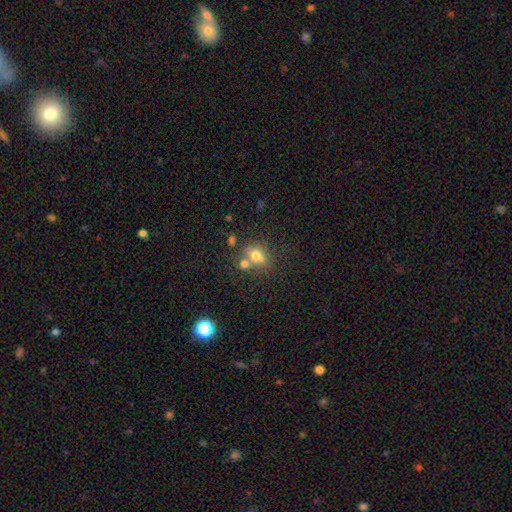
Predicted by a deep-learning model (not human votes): smooth-or-featured: smooth: 66% | featured or disk: 18% | star or artifact: 16%
  how-rounded: round: 71% | in between: 28% | cigar-shaped: 1%
  merging: none: 45% | merger: 39% | minor disturbance: 11% | major disturbance: 5%